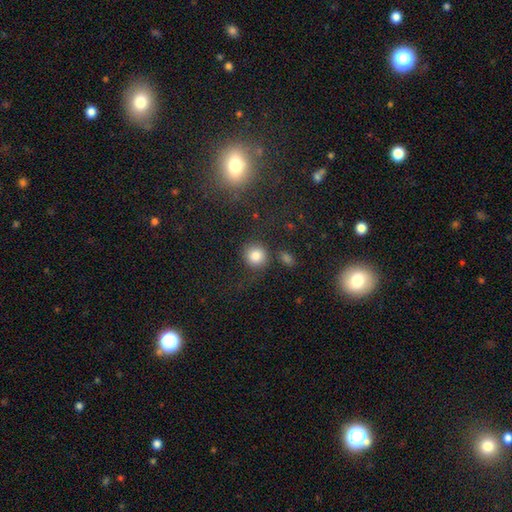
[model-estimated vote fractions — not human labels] Q: Smooth or featured?
A: smooth (83%); runner-up: star or artifact (11%)
Q: How rounded?
A: round (88%); runner-up: in between (10%)
Q: Merging?
A: none (75%); runner-up: minor disturbance (12%)